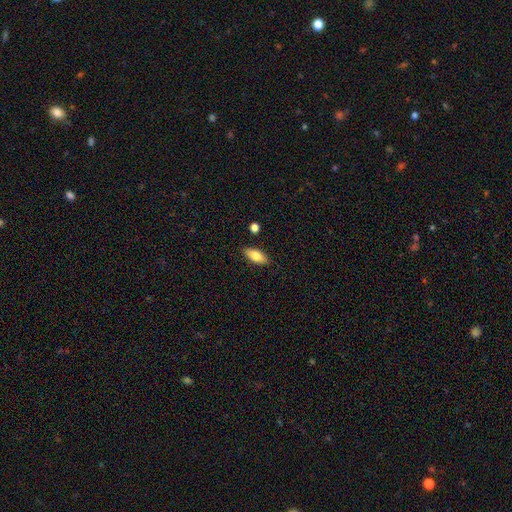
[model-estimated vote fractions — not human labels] Q: Smooth or featured?
A: smooth (80%); runner-up: featured or disk (13%)
Q: How rounded?
A: in between (84%); runner-up: cigar-shaped (14%)
Q: Merging?
A: none (85%); runner-up: minor disturbance (10%)